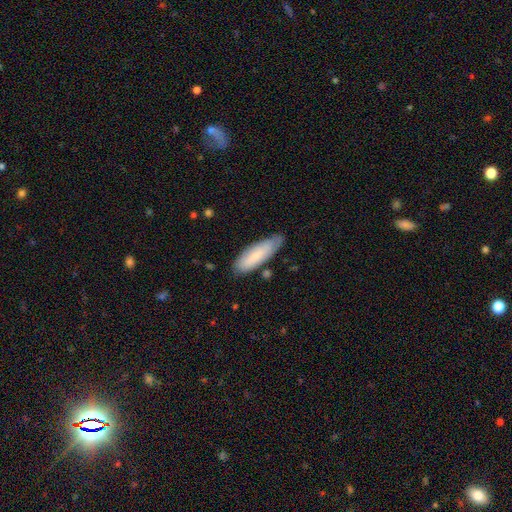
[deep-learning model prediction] Morphology: type=smooth (75%); roundness=in between (51%); merging=none (75%).